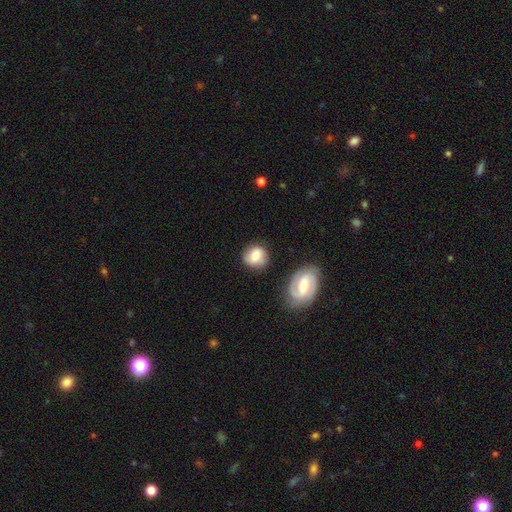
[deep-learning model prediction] smooth 68%, featured or disk 25%, star or artifact 7%. Down the decision tree: how rounded — round (77%); merging — none (73%).